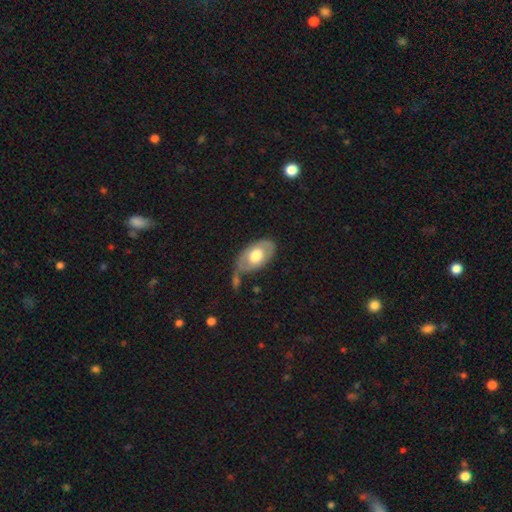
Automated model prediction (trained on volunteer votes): The model was most divided on "smooth or featured": smooth: 56%, featured or disk: 38%, star or artifact: 5%. More confident: how rounded — in between (91%); merging — none (53%).